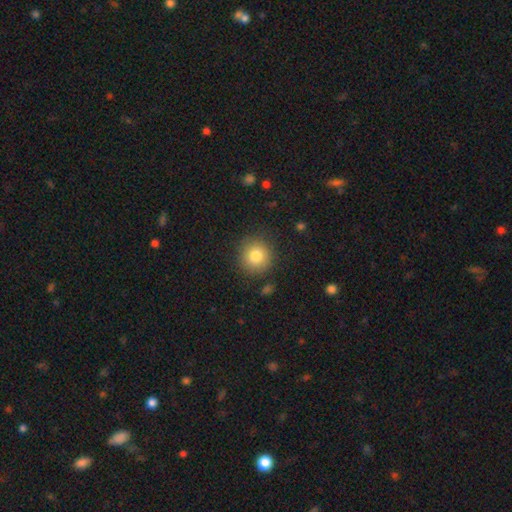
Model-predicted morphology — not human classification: Smooth or featured?
  - smooth: 81% *
  - star or artifact: 10%
  - featured or disk: 9%
How rounded?
  - round: 93% *
  - in between: 6%
  - cigar-shaped: 1%
Merging?
  - none: 87% *
  - minor disturbance: 8%
  - major disturbance: 3%
  - merger: 2%